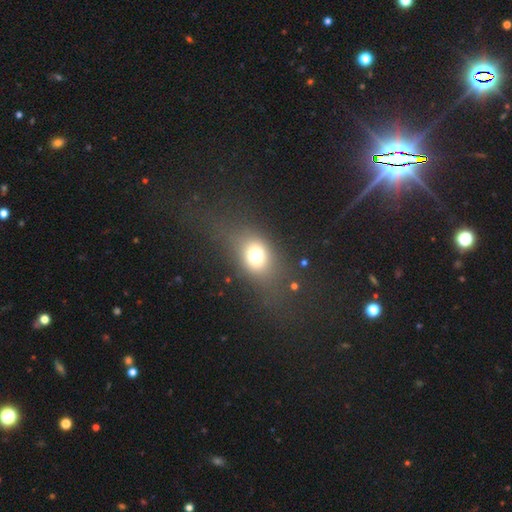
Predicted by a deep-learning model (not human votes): This is likely a smooth galaxy (70%). How rounded: possibly in between (53%). Merging: likely none (66%).